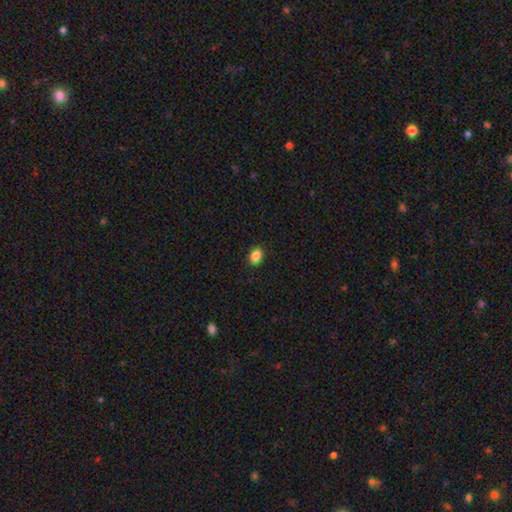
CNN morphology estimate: Overall: smooth (87%). How rounded: in between (62%; round 37%). Merging: none (89%).